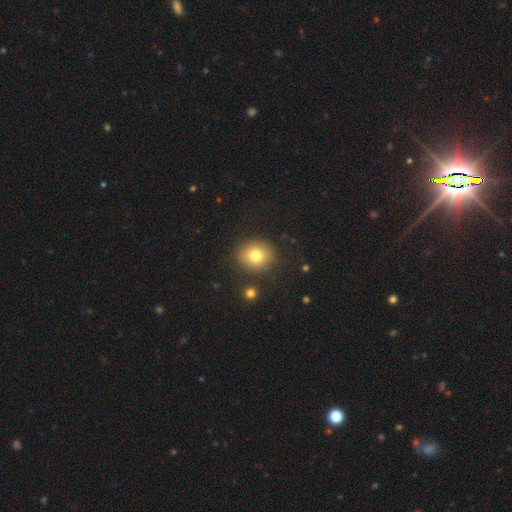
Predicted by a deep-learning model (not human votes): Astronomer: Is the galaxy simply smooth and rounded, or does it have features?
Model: smooth — 78%.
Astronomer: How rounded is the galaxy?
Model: round — 78%.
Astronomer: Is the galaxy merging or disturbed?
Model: none — 85%.